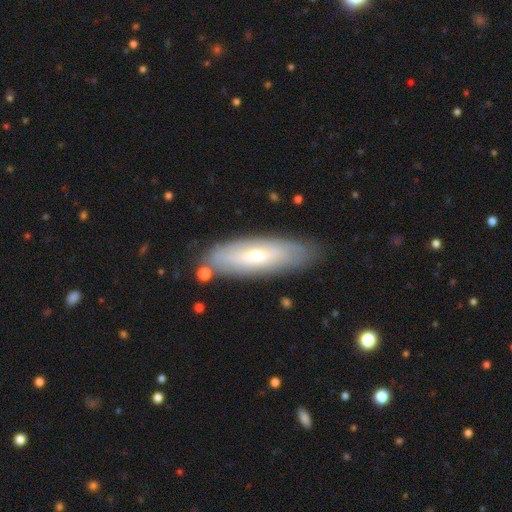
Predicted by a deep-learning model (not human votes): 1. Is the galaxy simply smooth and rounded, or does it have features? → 48% smooth, 46% featured or disk, 6% star or artifact.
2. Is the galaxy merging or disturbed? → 81% none, 13% minor disturbance, 3% major disturbance, 3% merger.